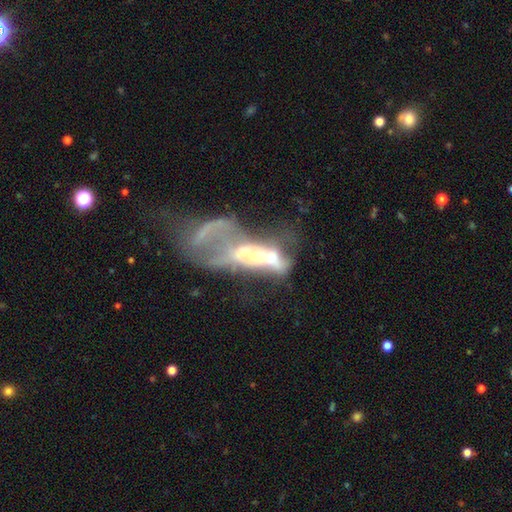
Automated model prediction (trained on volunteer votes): Morphology: type=featured or disk (64%); edge-on=no (88%); bar=no (74%); spiral arms=no (82%); bulge=moderate (34%); merging=merger (49%).